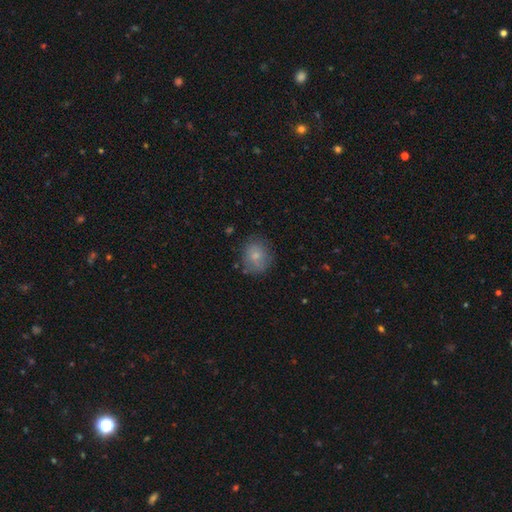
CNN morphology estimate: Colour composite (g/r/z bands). It shows a smooth galaxy with no disk features (77%) that is round (70%). Merging: none (71%).